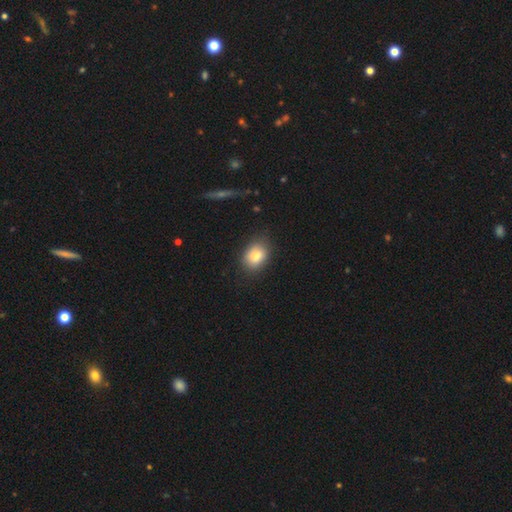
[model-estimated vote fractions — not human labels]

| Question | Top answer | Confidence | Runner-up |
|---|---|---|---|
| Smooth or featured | smooth | 82% | star or artifact (9%) |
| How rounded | in between | 61% | round (38%) |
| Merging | none | 82% | minor disturbance (14%) |